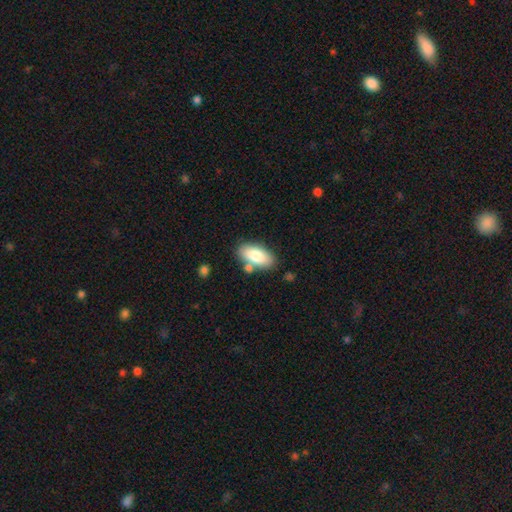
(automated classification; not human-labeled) Smooth or featured? smooth (81%)
How rounded? in between (92%)
Merging? none (76%)